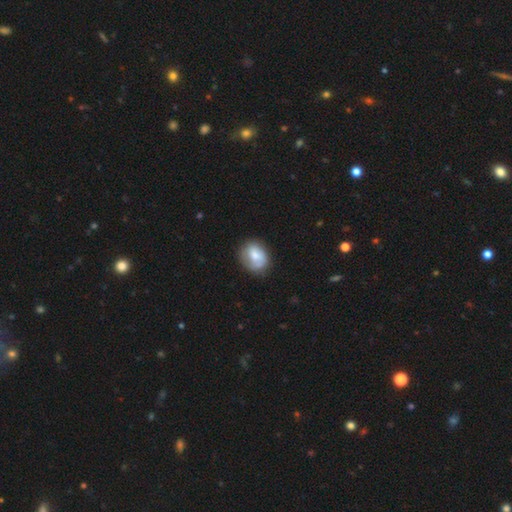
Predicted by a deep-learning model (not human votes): This is likely a smooth galaxy (65%). How rounded: possibly round (54%). Merging: likely none (61%).